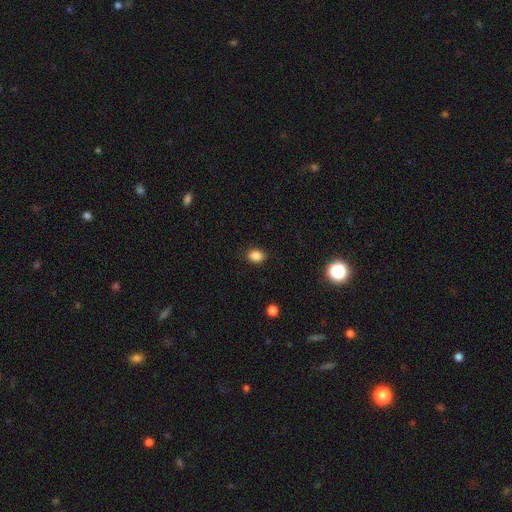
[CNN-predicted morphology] type=smooth (86%); roundness=in between (63%); merging=none (88%).